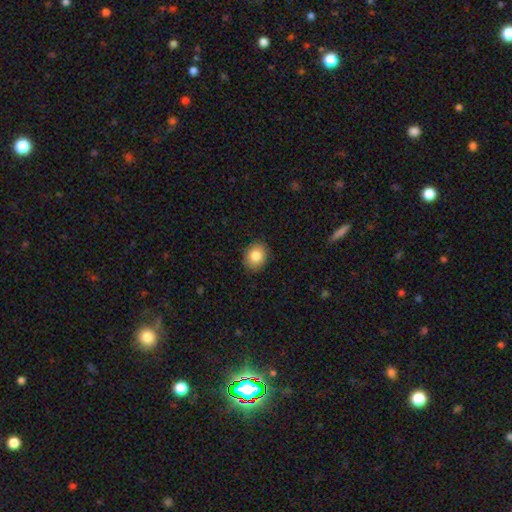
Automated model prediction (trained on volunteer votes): smooth_or_featured: smooth (p=0.84) [alt: star or artifact p=0.09]
how_rounded: round (p=0.62) [alt: in between p=0.37]
merging: none (p=0.88) [alt: minor disturbance p=0.09]